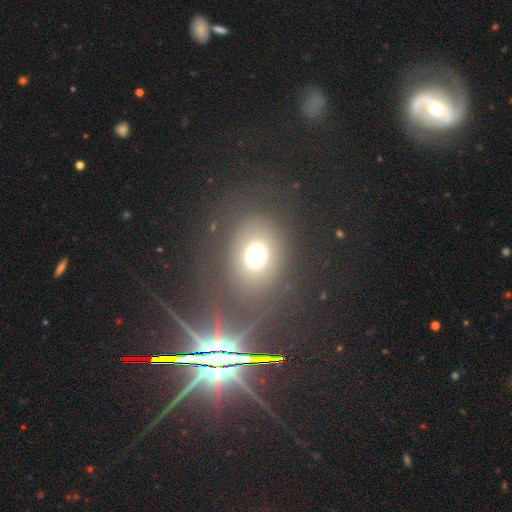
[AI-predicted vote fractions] Overall: smooth (63%; star or artifact 25%). How rounded: round (68%; in between 31%). Merging: none (76%).